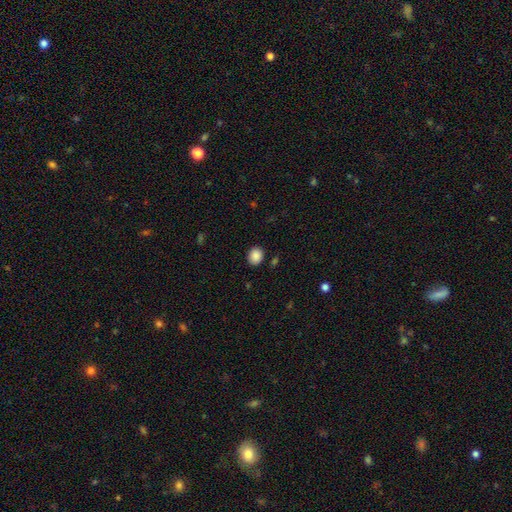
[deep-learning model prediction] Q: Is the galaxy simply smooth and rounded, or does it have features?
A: smooth — 88%.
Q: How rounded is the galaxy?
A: round — 58%.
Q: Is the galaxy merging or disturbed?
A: none — 87%.